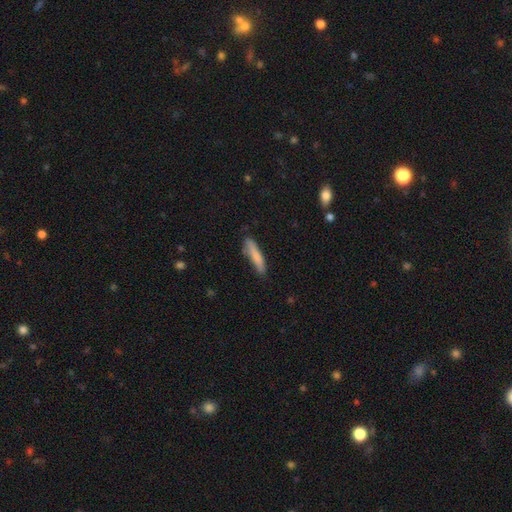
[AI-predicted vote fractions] A smooth galaxy with no disk features (80%) that is cigar-shaped (88%). Merging: none (78%).